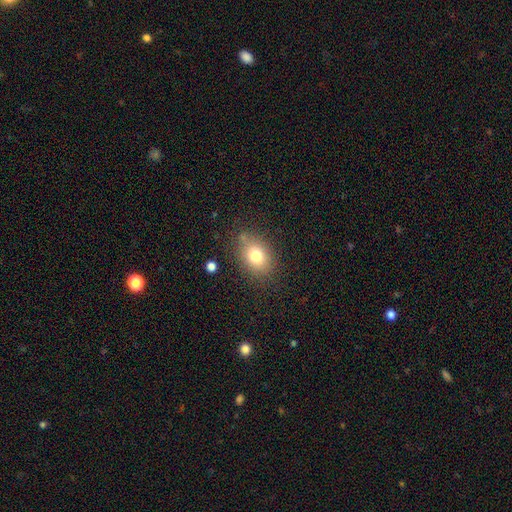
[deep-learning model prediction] A smooth galaxy with no disk features (76%) that is in between round and cigar-shaped (65%). Merging: none (77%).